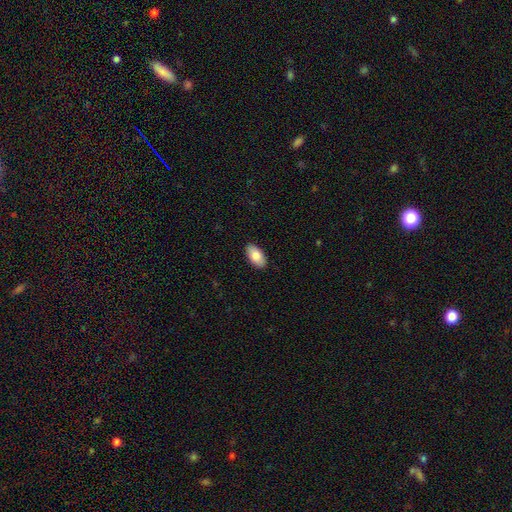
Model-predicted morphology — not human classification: smooth 84%, featured or disk 10%, star or artifact 6%. Down the decision tree: how rounded — in between (95%); merging — none (89%).